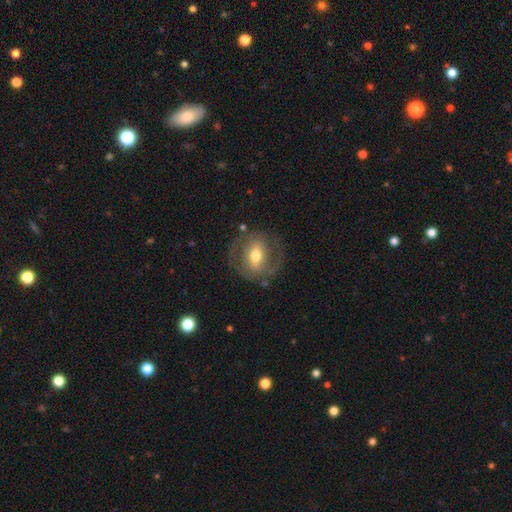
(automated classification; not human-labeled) Smooth or featured? featured or disk (66%)
Edge-on disk? no (93%)
Bar? strong (44%)
Spiral arms? yes (57%)
Bulge size? moderate (71%)
Merging? none (74%)